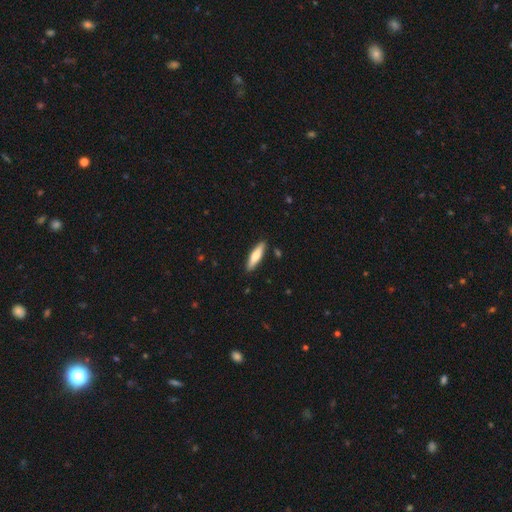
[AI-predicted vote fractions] The model was most divided on "how rounded": cigar-shaped: 71%, in between: 28%, round: 1%. More confident: merging — none (88%); smooth or featured — smooth (70%).